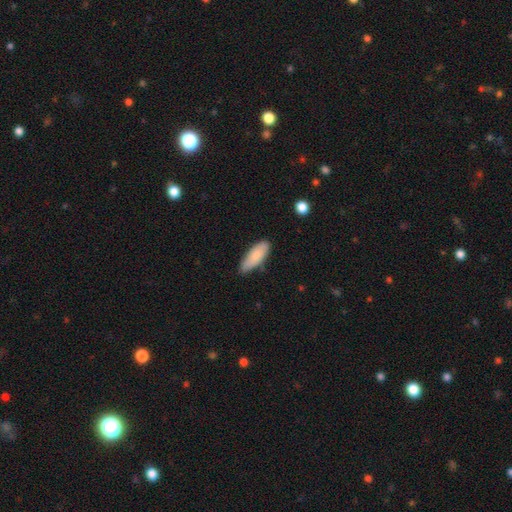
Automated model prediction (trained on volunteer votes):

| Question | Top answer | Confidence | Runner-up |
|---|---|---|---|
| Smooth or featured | smooth | 84% | featured or disk (10%) |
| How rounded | in between | 70% | cigar-shaped (28%) |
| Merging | none | 71% | minor disturbance (24%) |